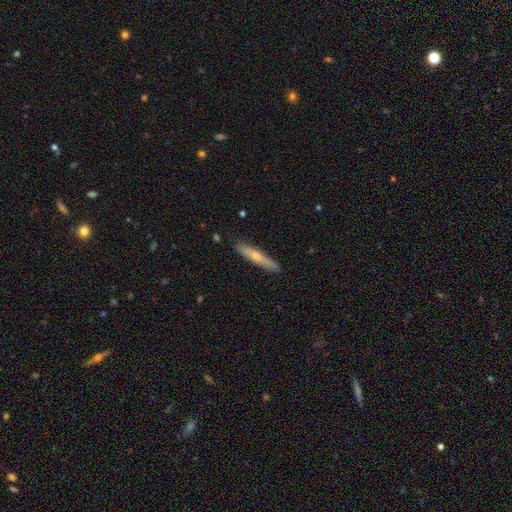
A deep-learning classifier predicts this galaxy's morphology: Smooth or featured? Predicted: smooth (p=0.49). Merging? Predicted: none (p=0.88).